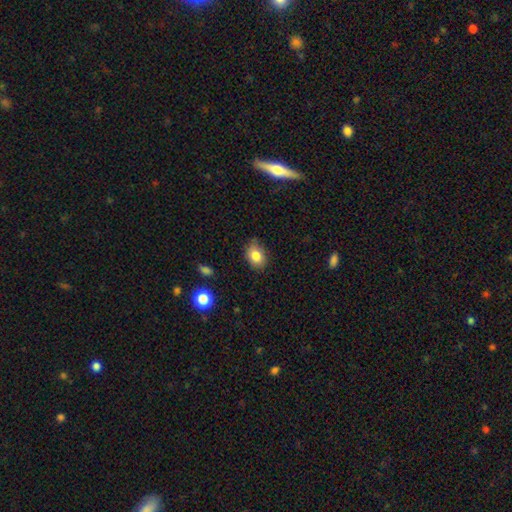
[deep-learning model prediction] Overall: smooth (82%). How rounded: in between (69%; round 30%). Merging: none (75%).